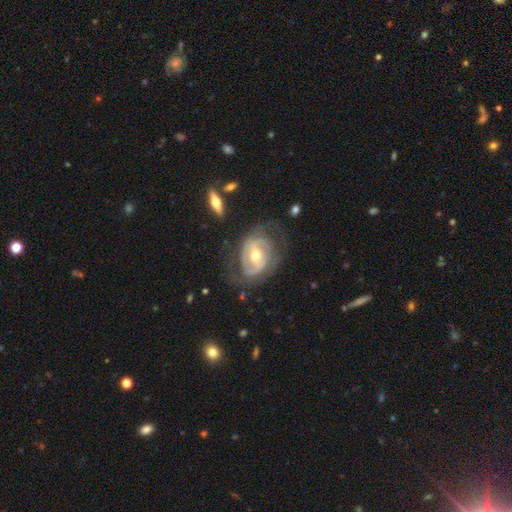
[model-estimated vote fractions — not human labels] Smooth or featured? Predicted: featured or disk (p=0.85). Edge-on disk? Predicted: no (p=0.96). Bar? Predicted: weak (p=0.41). Spiral arms? Predicted: yes (p=0.87). Spiral winding? Predicted: tight (p=0.46). Spiral arm count? Predicted: 2 (p=0.64). Bulge size? Predicted: moderate (p=0.67). Merging? Predicted: none (p=0.60).